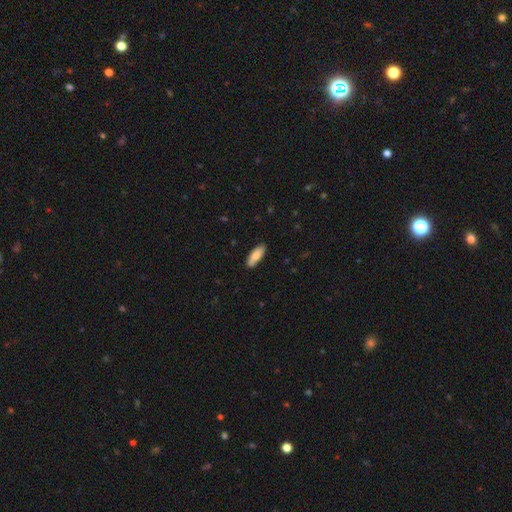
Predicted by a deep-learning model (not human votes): Smooth or featured?
  - smooth: 79% *
  - featured or disk: 15%
  - star or artifact: 6%
How rounded?
  - in between: 68% *
  - cigar-shaped: 30%
  - round: 2%
Merging?
  - none: 84% *
  - minor disturbance: 12%
  - major disturbance: 2%
  - merger: 1%